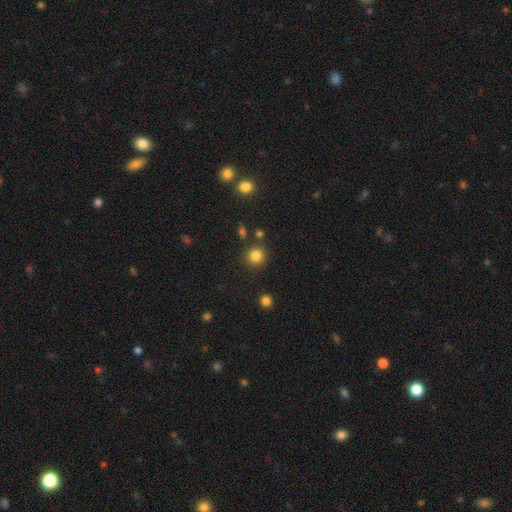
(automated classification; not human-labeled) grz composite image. It shows a smooth galaxy with no disk features (84%) that is round (93%). Merging: none (86%).